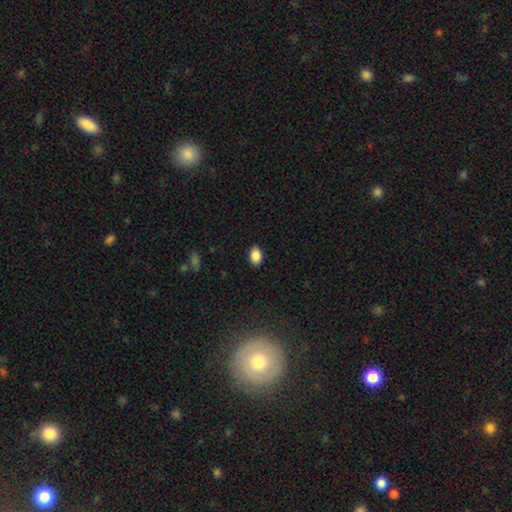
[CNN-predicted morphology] Smooth or featured?
  - smooth: 88% *
  - star or artifact: 8%
  - featured or disk: 4%
How rounded?
  - in between: 79% *
  - round: 20%
  - cigar-shaped: 1%
Merging?
  - none: 88% *
  - minor disturbance: 9%
  - major disturbance: 2%
  - merger: 1%